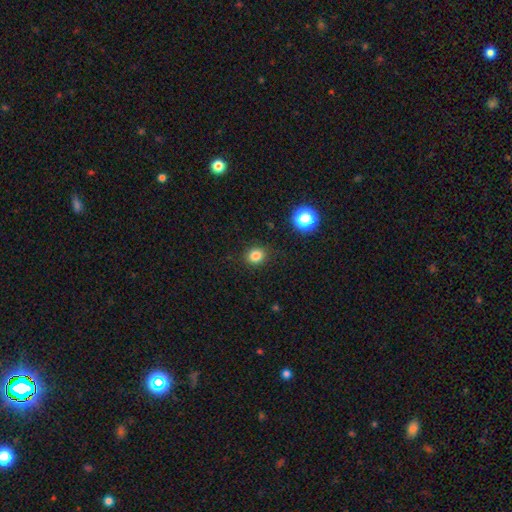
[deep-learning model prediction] The model was most divided on "how rounded": round: 72%, in between: 27%, cigar-shaped: 1%. More confident: merging — none (88%); smooth or featured — smooth (82%).